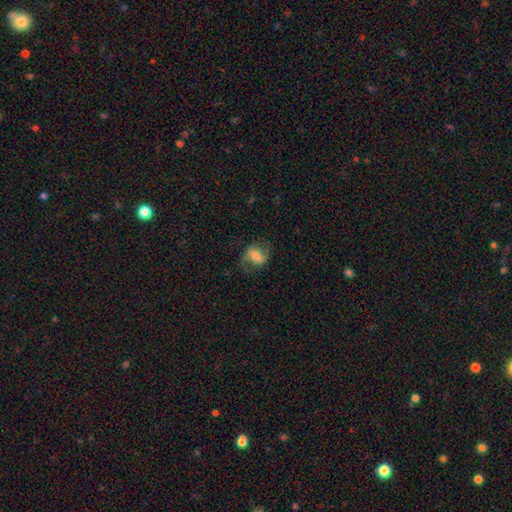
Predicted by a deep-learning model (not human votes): Smooth or featured? Predicted: featured or disk (p=0.57). Edge-on disk? Predicted: no (p=0.95). Bar? Predicted: weak (p=0.40). Spiral arms? Predicted: yes (p=0.86). Bulge size? Predicted: moderate (p=0.44). Merging? Predicted: none (p=0.66).